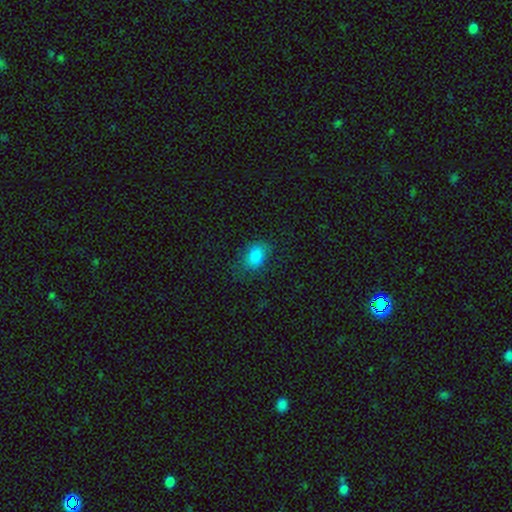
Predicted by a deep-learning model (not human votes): A smooth galaxy with no disk features (82%) that is in between round and cigar-shaped (77%). Merging: none (65%).